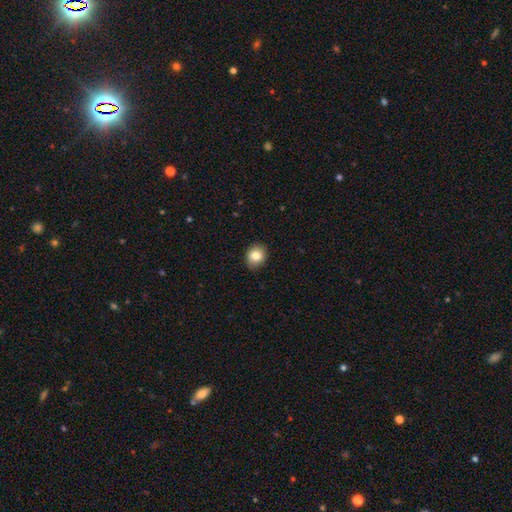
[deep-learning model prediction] A smooth galaxy with no disk features (82%) that is round (60%).

Vote fractions:
- Smooth or featured? smooth: 82% / star or artifact: 9% / featured or disk: 9%
- How rounded? round: 60% / in between: 39% / cigar-shaped: 1%
- Merging? none: 88% / minor disturbance: 10% / major disturbance: 2% / merger: 1%